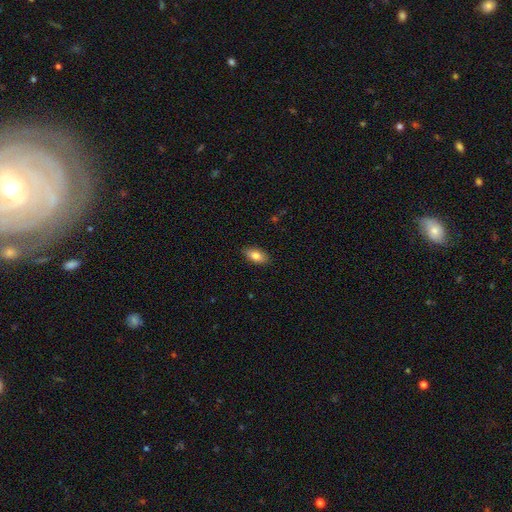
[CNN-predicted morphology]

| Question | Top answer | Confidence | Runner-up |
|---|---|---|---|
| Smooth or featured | smooth | 81% | featured or disk (12%) |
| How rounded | in between | 90% | cigar-shaped (6%) |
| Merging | none | 89% | minor disturbance (9%) |